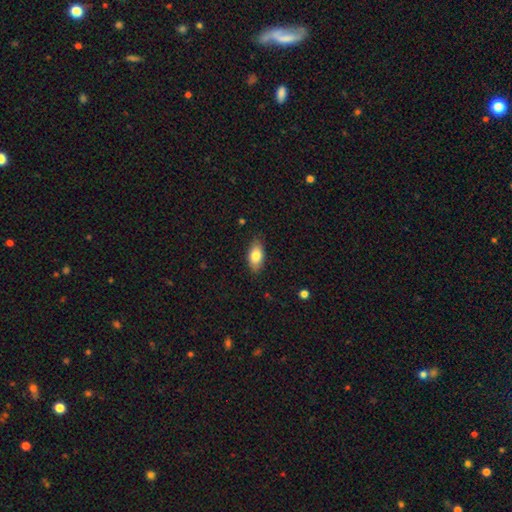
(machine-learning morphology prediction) Smooth or featured: smooth — 80% (featured or disk — 13%)
How rounded: in between — 91% (cigar-shaped — 5%)
Merging: none — 85% (minor disturbance — 12%)